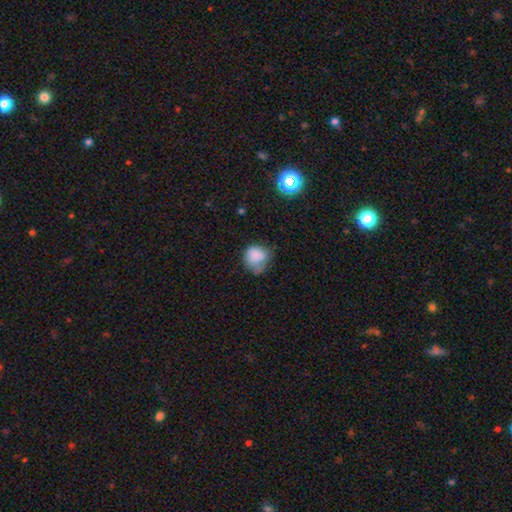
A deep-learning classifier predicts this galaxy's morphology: Overall: smooth (79%). How rounded: round (71%). Merging: none (38%; minor disturbance 36%).